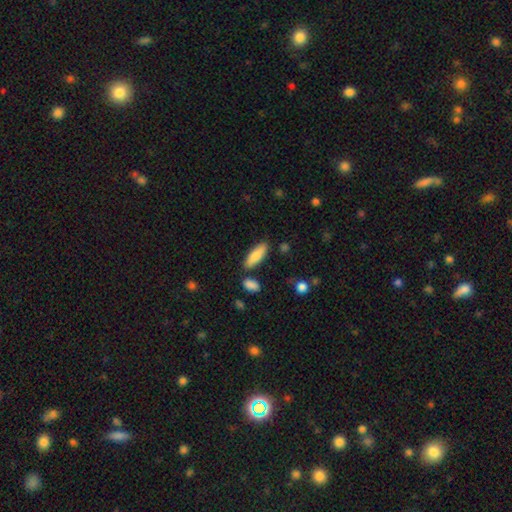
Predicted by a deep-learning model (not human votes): This appears to be a smooth galaxy with no disk features (84%) that is in between round and cigar-shaped (58%). Merging: none (81%).